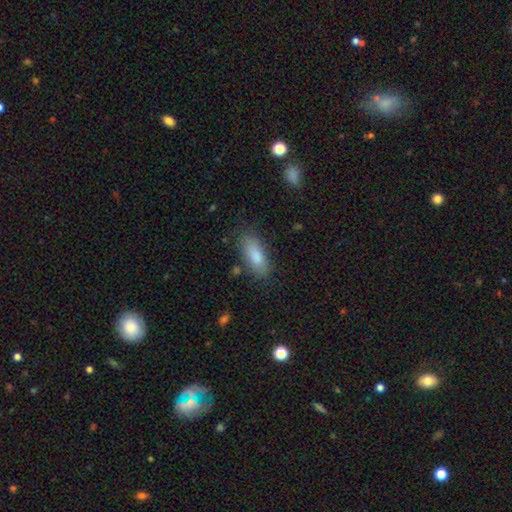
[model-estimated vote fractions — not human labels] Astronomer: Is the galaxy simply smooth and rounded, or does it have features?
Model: smooth — 85%.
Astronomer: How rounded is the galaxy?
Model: in between — 78%.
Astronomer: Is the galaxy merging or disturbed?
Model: none — 78%.